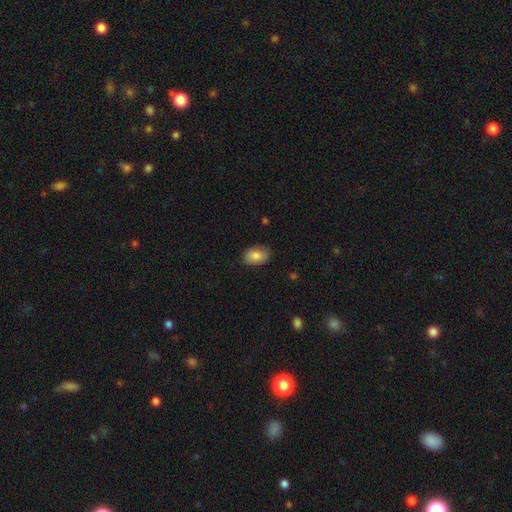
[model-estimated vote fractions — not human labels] Smooth or featured? Predicted: smooth (p=0.84). How rounded? Predicted: in between (p=0.86). Merging? Predicted: none (p=0.84).